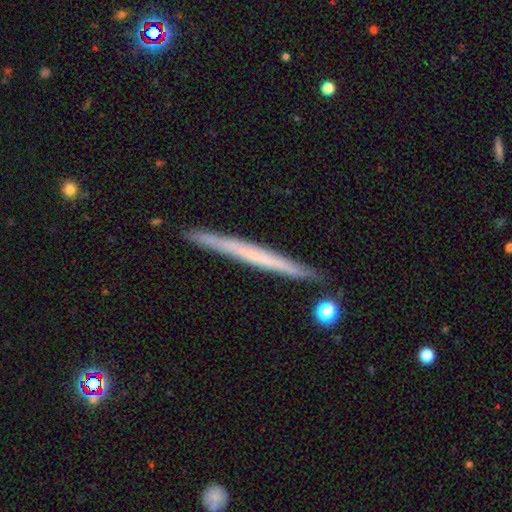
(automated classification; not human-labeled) Morphology: type=featured or disk (51%); edge-on=yes (97%); merging=none (90%).